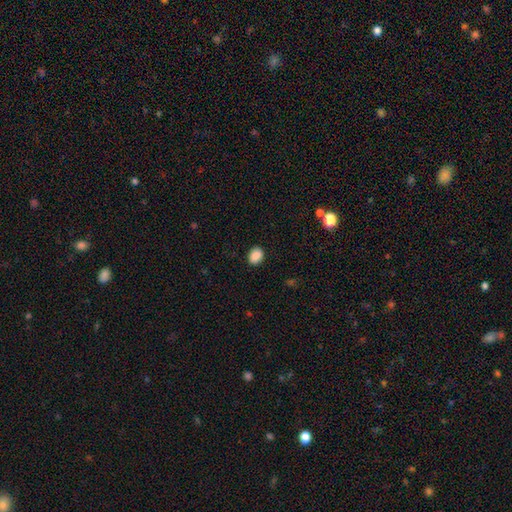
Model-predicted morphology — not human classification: This is clearly a smooth galaxy (88%). How rounded: likely in between (61%). Merging: clearly none (89%).